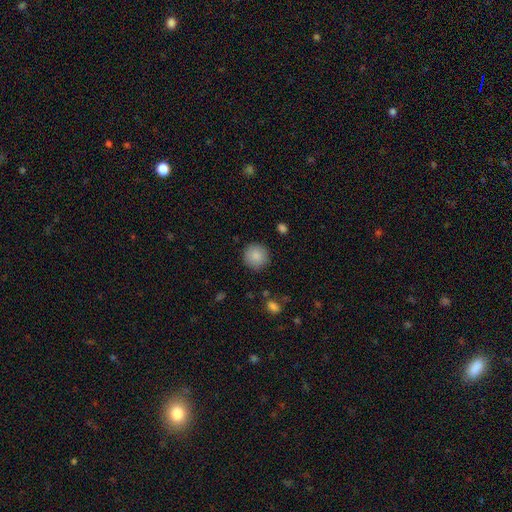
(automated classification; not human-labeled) A smooth galaxy with no disk features (87%) that is round (94%). Merging: none (89%).